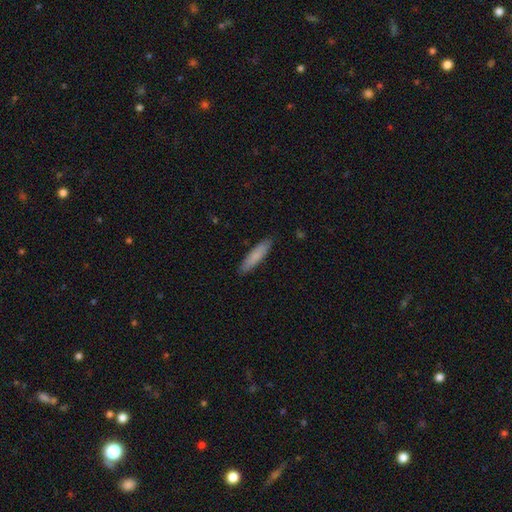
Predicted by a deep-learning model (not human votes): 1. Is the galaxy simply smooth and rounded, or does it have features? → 81% smooth, 13% featured or disk, 5% star or artifact.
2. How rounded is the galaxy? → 81% cigar-shaped, 17% in between, 1% round.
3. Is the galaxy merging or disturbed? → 88% none, 9% minor disturbance, 2% major disturbance, 1% merger.